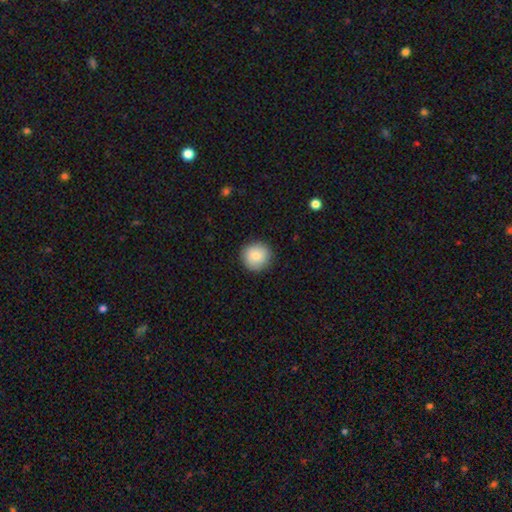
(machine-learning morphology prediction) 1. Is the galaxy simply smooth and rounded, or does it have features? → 83% smooth, 10% featured or disk, 8% star or artifact.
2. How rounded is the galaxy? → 94% round, 5% in between, 1% cigar-shaped.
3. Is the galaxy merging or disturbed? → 90% none, 7% minor disturbance, 2% major disturbance, 1% merger.